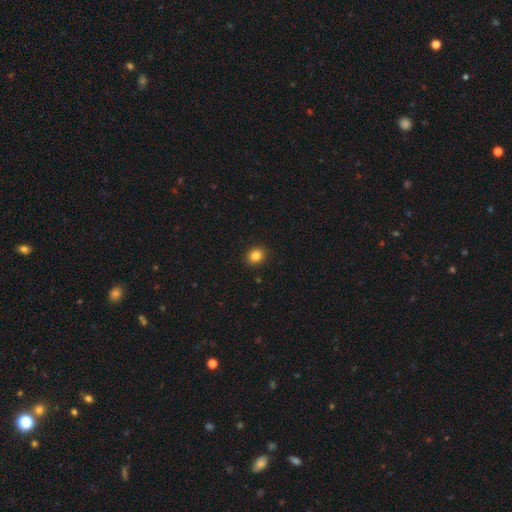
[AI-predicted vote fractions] smooth 84%, star or artifact 11%, featured or disk 5%. Down the decision tree: how rounded — round (64%); merging — none (91%).